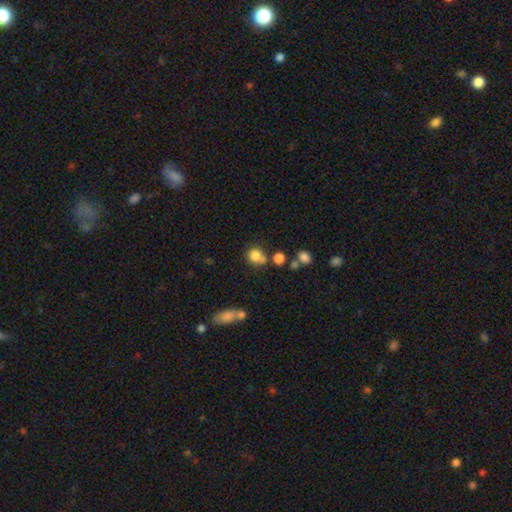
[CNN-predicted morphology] A smooth galaxy with no disk features (80%) that is round (80%).

Vote fractions:
- Smooth or featured? smooth: 80% / star or artifact: 12% / featured or disk: 8%
- How rounded? round: 80% / in between: 19% / cigar-shaped: 1%
- Merging? none: 54% / merger: 25% / minor disturbance: 15% / major disturbance: 6%